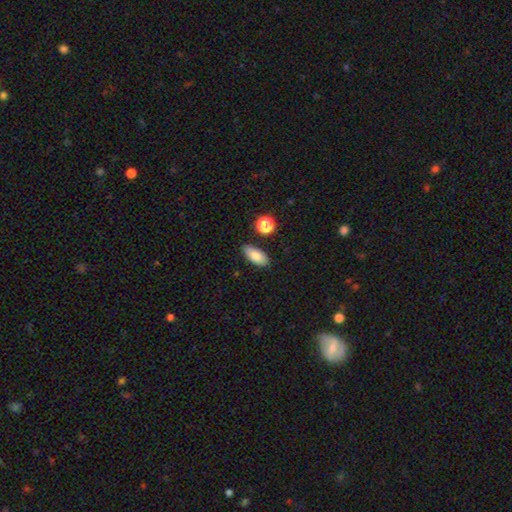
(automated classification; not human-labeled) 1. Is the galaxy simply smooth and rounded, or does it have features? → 83% smooth, 9% featured or disk, 8% star or artifact.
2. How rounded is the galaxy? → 87% in between, 9% cigar-shaped, 4% round.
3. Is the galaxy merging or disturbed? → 80% none, 14% minor disturbance, 4% merger, 3% major disturbance.